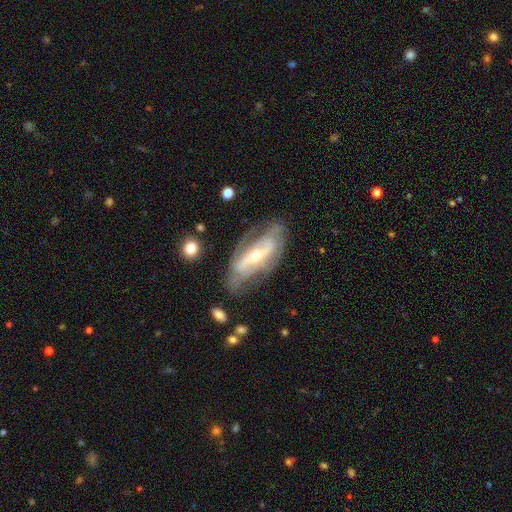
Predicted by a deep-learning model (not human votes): Smooth or featured? Predicted: featured or disk (p=0.81). Edge-on disk? Predicted: no (p=0.87). Bar? Predicted: strong (p=0.53). Spiral arms? Predicted: yes (p=0.79). Spiral winding? Predicted: tight (p=0.40). Spiral arm count? Predicted: 2 (p=0.61). Bulge size? Predicted: small (p=0.50). Merging? Predicted: none (p=0.66).